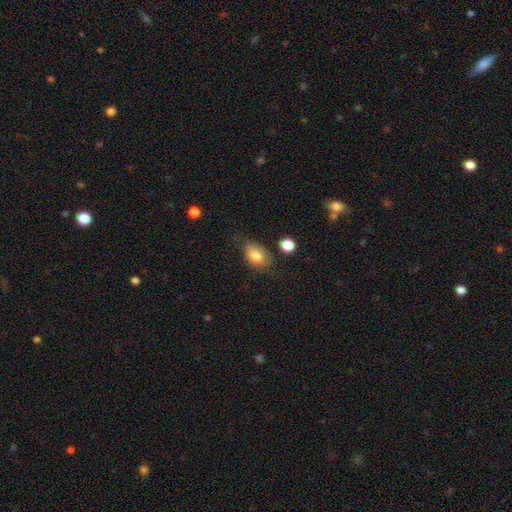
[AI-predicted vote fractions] smooth 79%, featured or disk 12%, star or artifact 8%. Down the decision tree: how rounded — in between (80%); merging — none (67%).